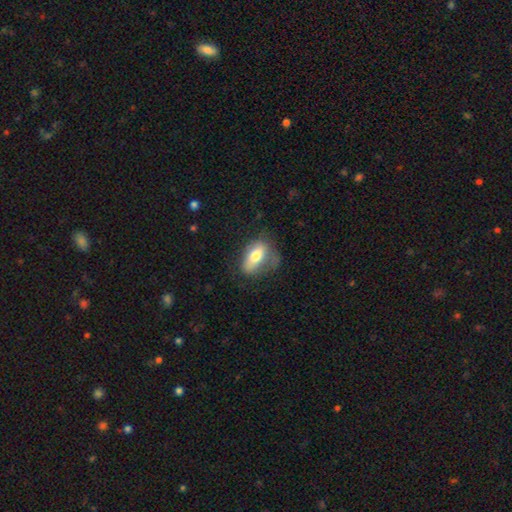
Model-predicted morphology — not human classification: Smooth or featured?
  - smooth: 67% *
  - featured or disk: 26%
  - star or artifact: 7%
How rounded?
  - in between: 86% *
  - cigar-shaped: 7%
  - round: 6%
Merging?
  - none: 46% *
  - minor disturbance: 31%
  - major disturbance: 21%
  - merger: 3%